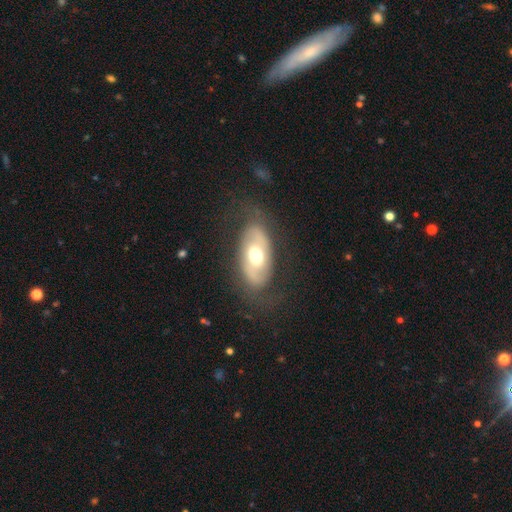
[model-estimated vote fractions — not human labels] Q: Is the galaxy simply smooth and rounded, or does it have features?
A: featured or disk — 55%.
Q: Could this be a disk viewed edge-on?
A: no — 89%.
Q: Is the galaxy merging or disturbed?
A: none — 73%.